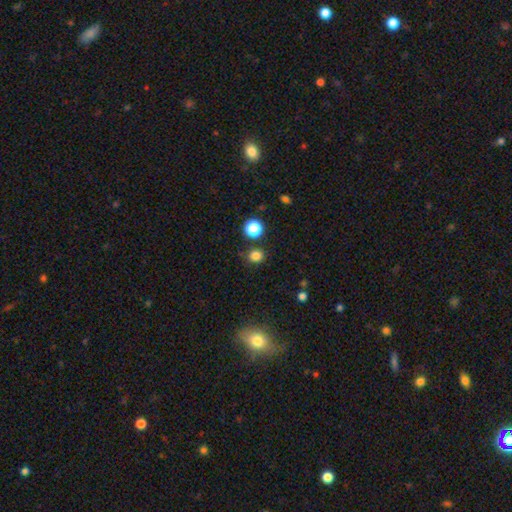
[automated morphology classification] Q: Smooth or featured?
A: smooth (81%); runner-up: star or artifact (15%)
Q: How rounded?
A: round (82%); runner-up: in between (17%)
Q: Merging?
A: none (84%); runner-up: minor disturbance (9%)